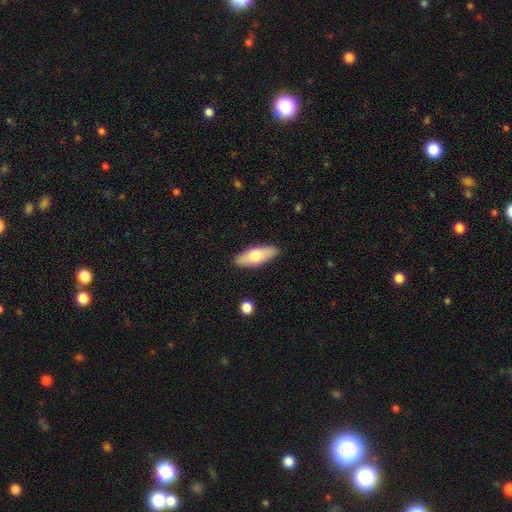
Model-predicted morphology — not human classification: Overall: smooth (67%; featured or disk 28%). How rounded: in between (69%). Merging: none (88%).